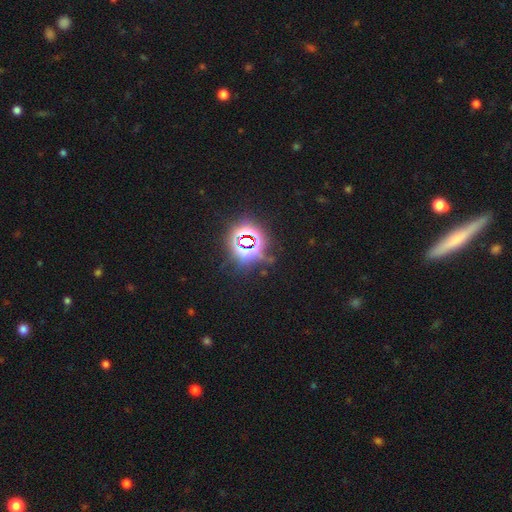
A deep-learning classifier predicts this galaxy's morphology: type=star or artifact (77%).